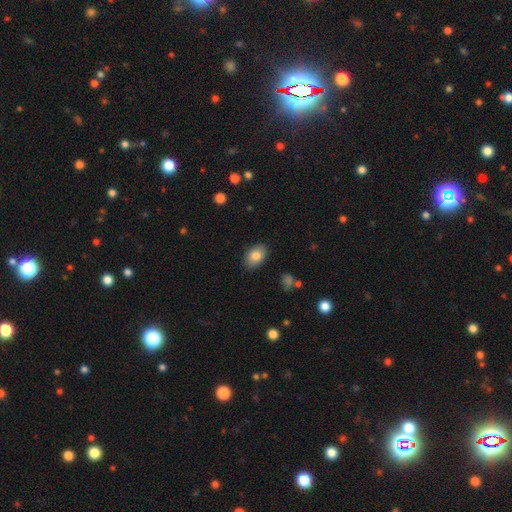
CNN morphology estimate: This is clearly a smooth galaxy (84%). How rounded: clearly in between (87%). Merging: clearly none (87%).